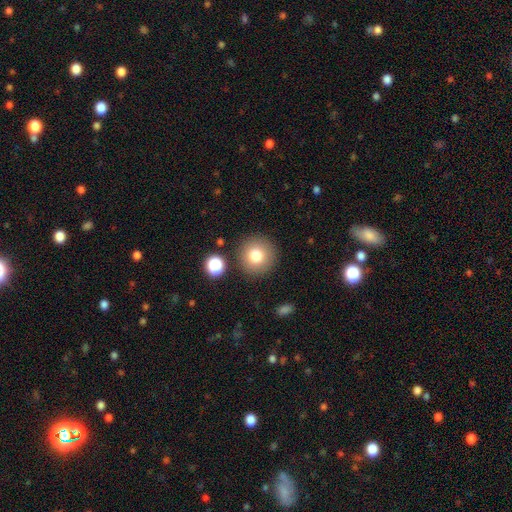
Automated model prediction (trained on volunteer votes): This is likely a smooth galaxy (78%). How rounded: clearly round (95%). Merging: clearly none (87%).